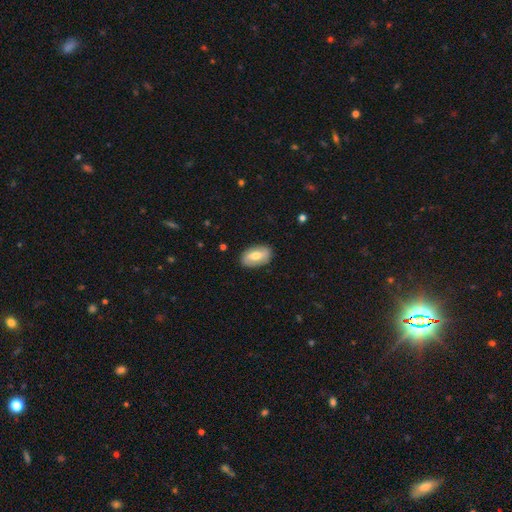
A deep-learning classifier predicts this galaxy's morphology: This appears to be a smooth galaxy with no disk features (58%) that is in between round and cigar-shaped (92%). Merging: none (85%).